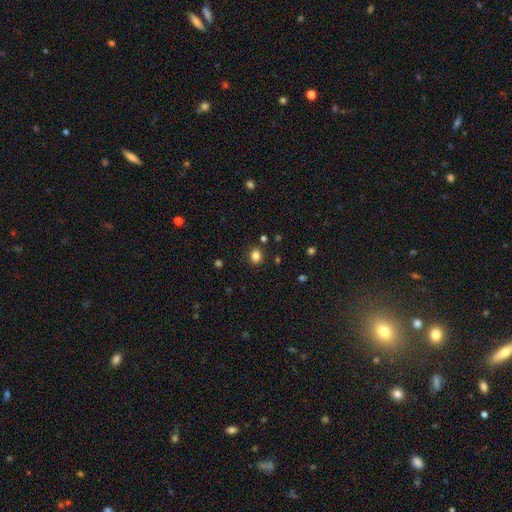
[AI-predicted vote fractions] This is clearly a smooth galaxy (83%). How rounded: likely round (71%). Merging: clearly none (88%).